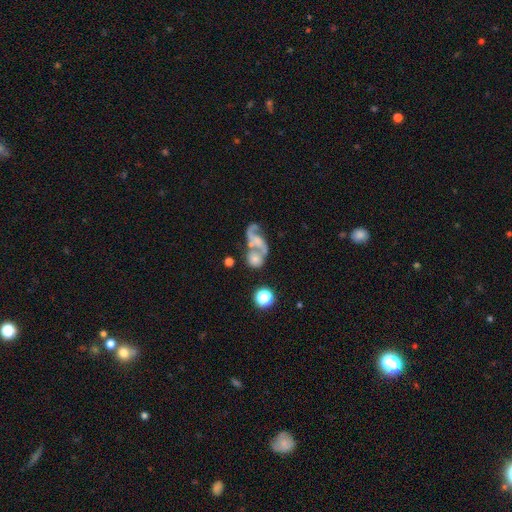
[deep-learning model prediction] This appears to be a featured or disk galaxy (60%) with no bar (62%), spiral arms (76%) and no central bulge (36%). Merging: merger (47%).